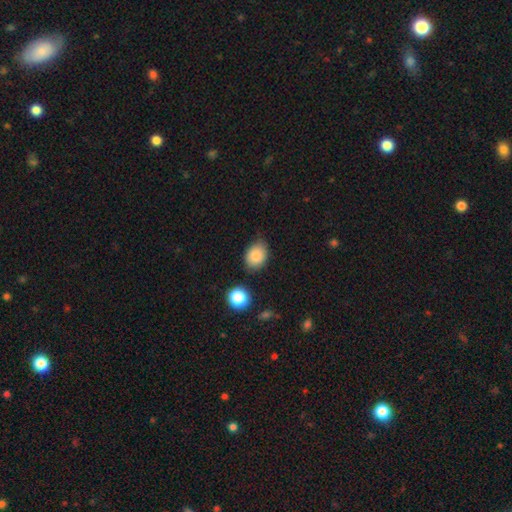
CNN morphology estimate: Smooth or featured?
  - smooth: 84% *
  - star or artifact: 8%
  - featured or disk: 7%
How rounded?
  - in between: 63% *
  - round: 36%
  - cigar-shaped: 1%
Merging?
  - none: 72% *
  - minor disturbance: 20%
  - merger: 4%
  - major disturbance: 4%